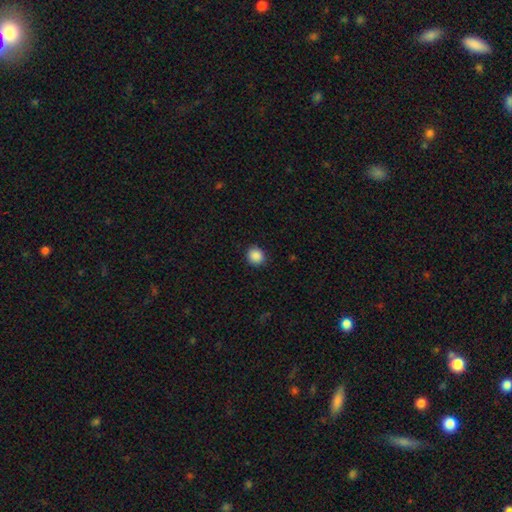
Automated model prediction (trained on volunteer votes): Q: Smooth or featured?
A: smooth (88%); runner-up: star or artifact (9%)
Q: How rounded?
A: round (86%); runner-up: in between (13%)
Q: Merging?
A: none (90%); runner-up: minor disturbance (7%)